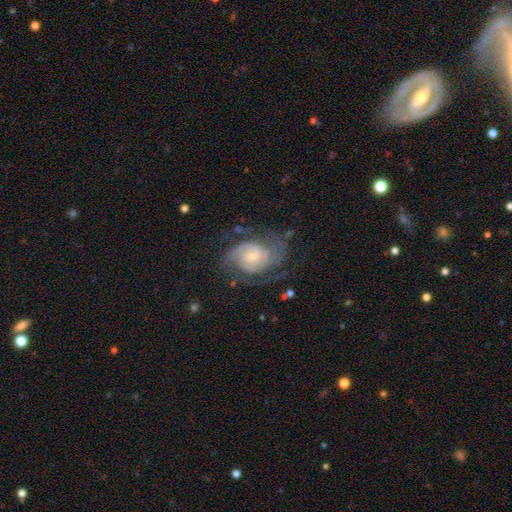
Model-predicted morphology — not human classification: This is clearly a featured or disk galaxy (85%). It is clearly not viewed edge-on (98%). Bar: likely no (61%). Spiral arm pattern: clearly yes (97%). Spiral arm count: likely 2 (60%). Spiral winding: possibly tight (50%). Central bulge: possibly small (55%). Merging: likely none (72%).